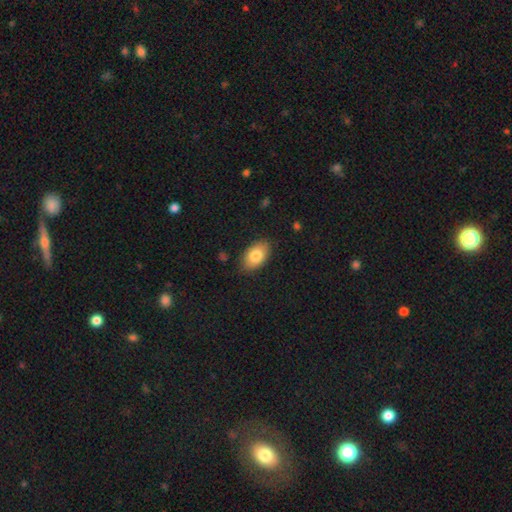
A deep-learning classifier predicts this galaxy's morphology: smooth_or_featured: smooth (p=0.81) [alt: featured or disk p=0.12]
how_rounded: in between (p=0.91) [alt: round p=0.08]
merging: none (p=0.85) [alt: minor disturbance p=0.12]